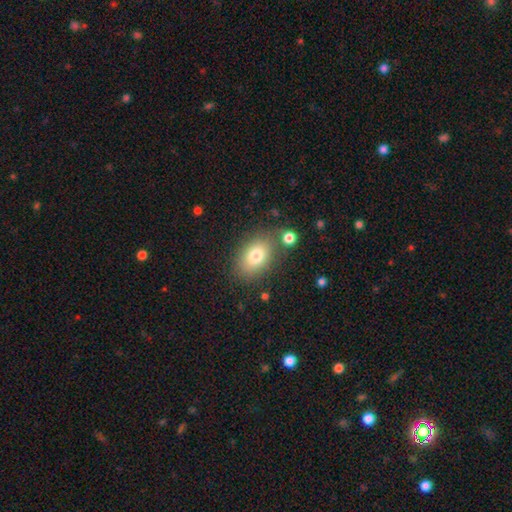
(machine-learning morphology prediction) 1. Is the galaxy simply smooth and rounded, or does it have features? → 79% smooth, 12% featured or disk, 9% star or artifact.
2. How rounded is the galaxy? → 82% in between, 16% round, 1% cigar-shaped.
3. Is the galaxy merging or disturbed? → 74% none, 13% minor disturbance, 8% merger, 5% major disturbance.